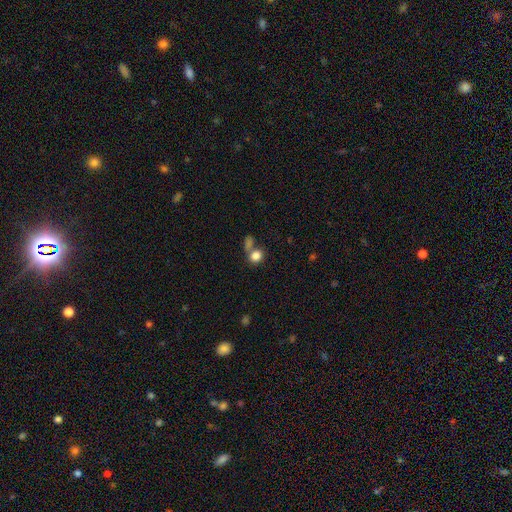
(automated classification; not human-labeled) Smooth or featured: smooth — 83% (star or artifact — 10%)
How rounded: round — 68% (in between — 31%)
Merging: none — 46% (merger — 37%)